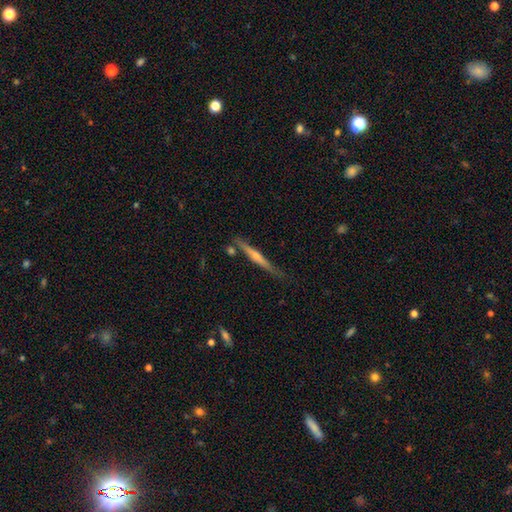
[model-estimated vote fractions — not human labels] The model was most divided on "edge-on bulge": rounded: 67%, none: 26%, boxy: 8%. More confident: edge-on disk — yes (97%); merging — none (77%); smooth or featured — featured or disk (69%).